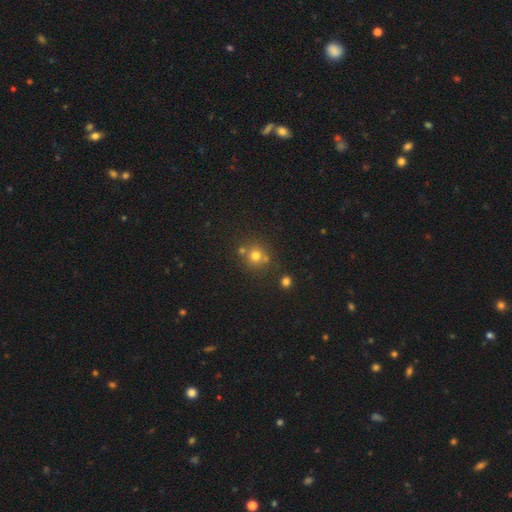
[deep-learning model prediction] smooth_or_featured: smooth (p=0.71) [alt: star or artifact p=0.18]
how_rounded: round (p=0.90) [alt: in between p=0.09]
merging: none (p=0.67) [alt: merger p=0.20]